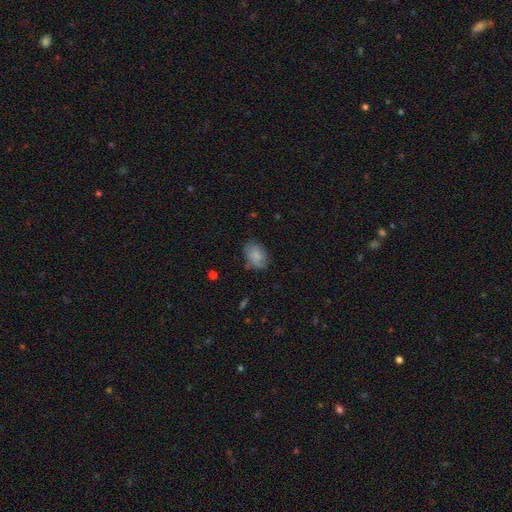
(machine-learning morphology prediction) The model was most divided on "merging": none: 70%, minor disturbance: 22%, major disturbance: 6%, merger: 2%. More confident: smooth or featured — smooth (82%); how rounded — in between (81%).